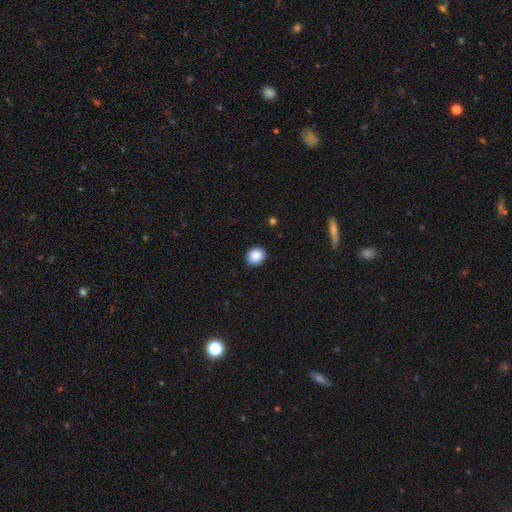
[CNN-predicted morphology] This is clearly a smooth galaxy (88%). How rounded: likely round (66%). Merging: clearly none (90%).